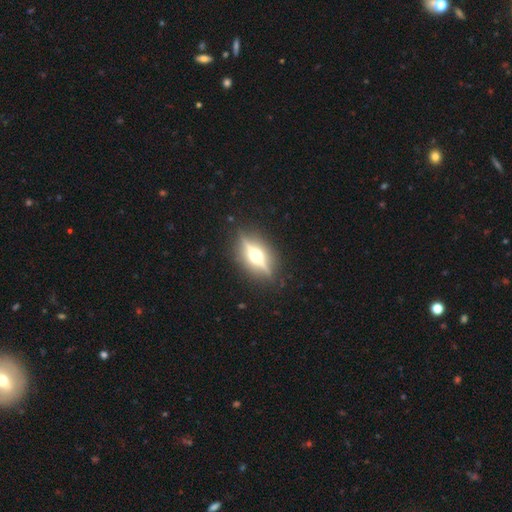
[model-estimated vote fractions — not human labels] A featured or disk galaxy (80%) viewed edge-on (94%) with a rounded central bulge (96%).

Vote fractions:
- Smooth or featured? featured or disk: 80% / smooth: 13% / star or artifact: 7%
- Edge-on disk? yes: 94% / no: 6%
- Edge-on bulge? rounded: 96% / boxy: 2% / none: 1%
- Merging? none: 88% / minor disturbance: 8% / major disturbance: 3% / merger: 1%